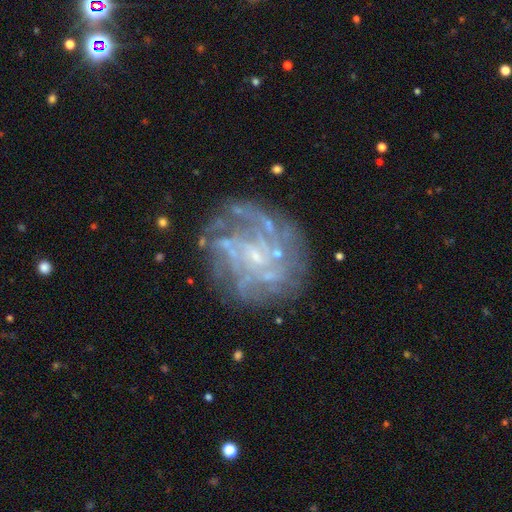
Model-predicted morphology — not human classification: A featured or disk galaxy (82%) with no bar (55%), tight (53%) spiral arms (83%) and a small central bulge (63%). Merging: none (67%).